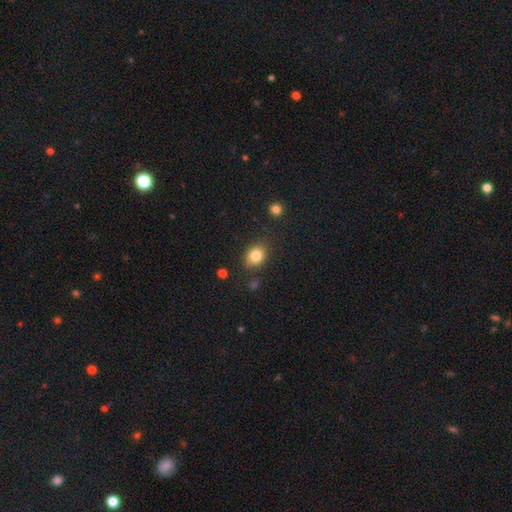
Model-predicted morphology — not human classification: smooth_or_featured: smooth (p=0.83) [alt: star or artifact p=0.10]
how_rounded: in between (p=0.54) [alt: round p=0.45]
merging: none (p=0.79) [alt: minor disturbance p=0.15]